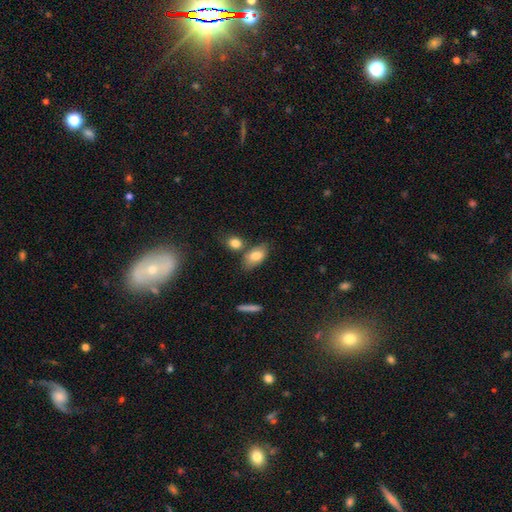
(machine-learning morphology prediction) The model was most divided on "merging": none: 63%, merger: 18%, minor disturbance: 15%, major disturbance: 4%. More confident: how rounded — in between (88%); smooth or featured — smooth (78%).